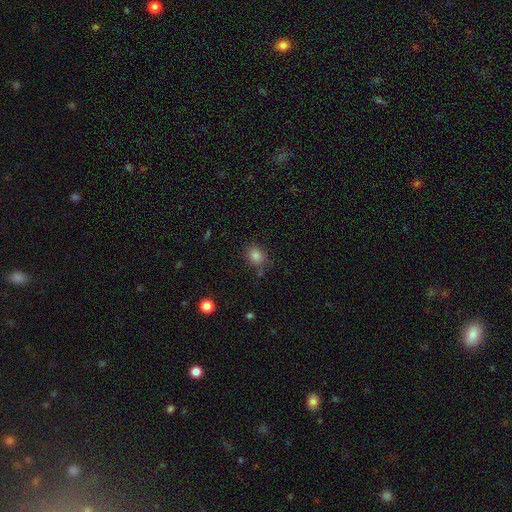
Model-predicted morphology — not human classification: Overall: smooth (83%). How rounded: round (59%; in between 40%). Merging: none (75%).